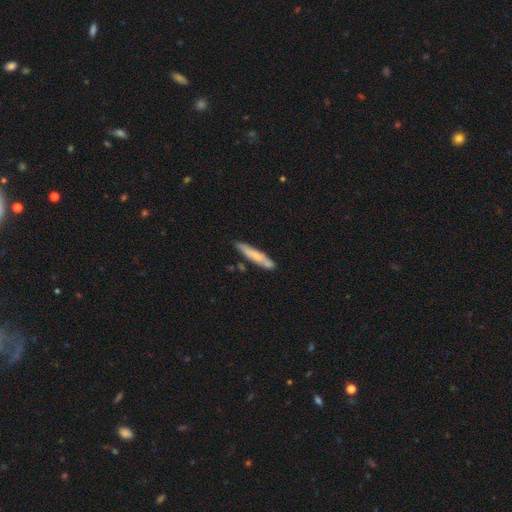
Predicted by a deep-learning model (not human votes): The model was most divided on "smooth or featured": smooth: 65%, featured or disk: 29%, star or artifact: 6%. More confident: how rounded — cigar-shaped (90%); merging — none (77%).